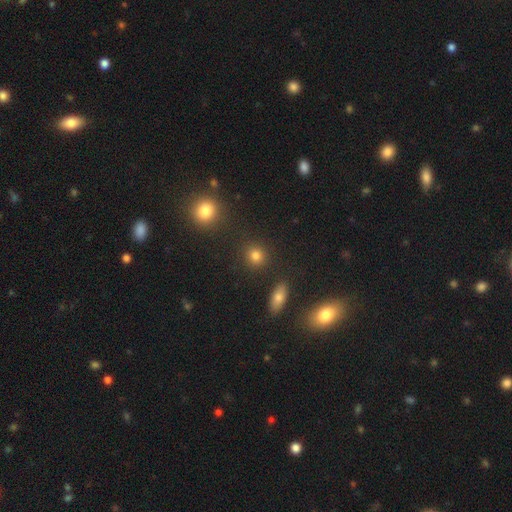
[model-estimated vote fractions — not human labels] This is clearly a smooth galaxy (82%). How rounded: clearly round (86%). Merging: clearly none (88%).